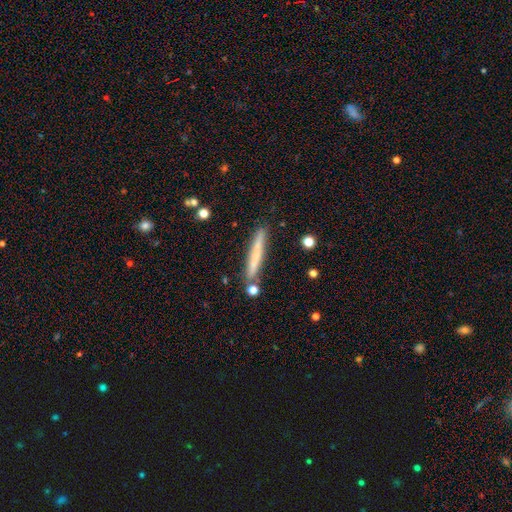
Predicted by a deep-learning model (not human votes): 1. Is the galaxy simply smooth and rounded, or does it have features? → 60% smooth, 33% featured or disk, 7% star or artifact.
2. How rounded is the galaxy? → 96% cigar-shaped, 3% in between, 1% round.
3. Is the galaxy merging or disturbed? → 84% none, 10% minor disturbance, 5% merger, 2% major disturbance.